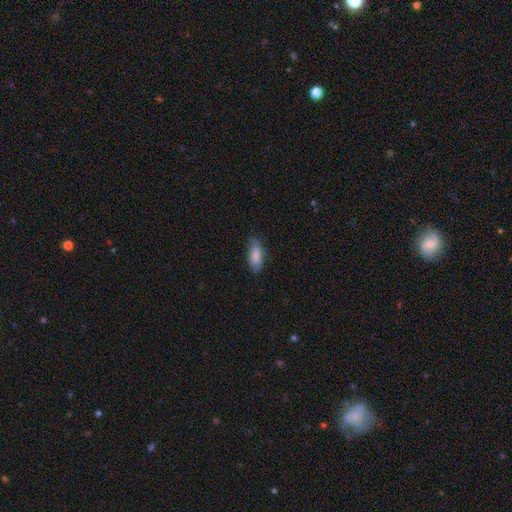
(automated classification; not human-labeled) Smooth or featured: smooth — 81% (featured or disk — 12%)
How rounded: in between — 77% (cigar-shaped — 21%)
Merging: none — 74% (minor disturbance — 21%)